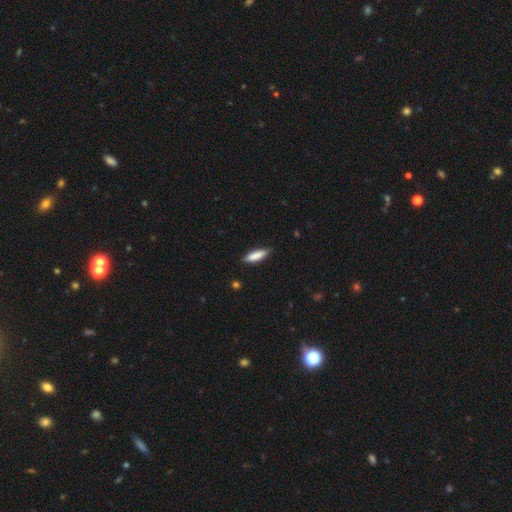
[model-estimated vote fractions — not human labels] This appears to be a smooth galaxy with no disk features (84%) that is cigar-shaped (62%). Merging: none (83%).